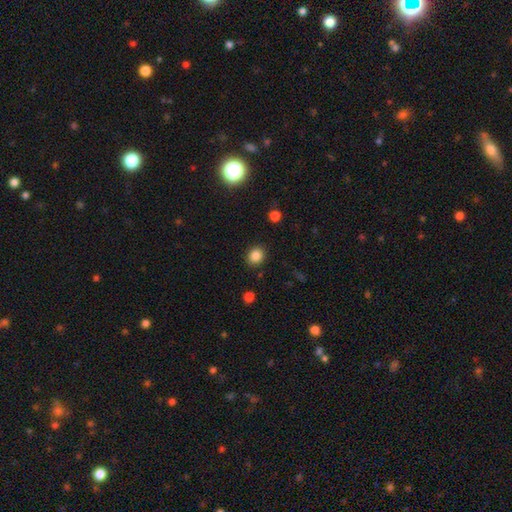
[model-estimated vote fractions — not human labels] A smooth galaxy with no disk features (84%) that is round (72%). Merging: none (89%).